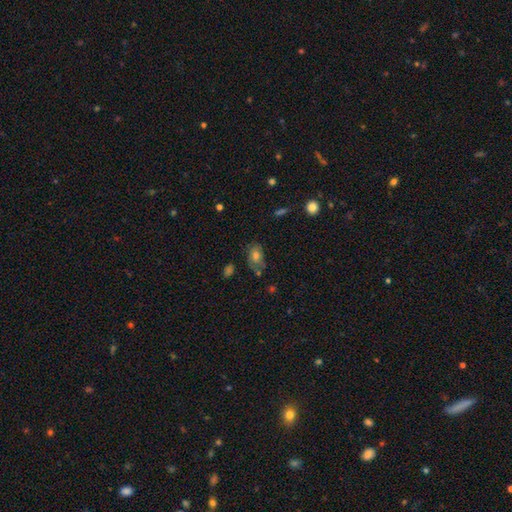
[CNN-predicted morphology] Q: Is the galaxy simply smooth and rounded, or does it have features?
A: smooth — 65%.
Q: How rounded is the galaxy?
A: in between — 79%.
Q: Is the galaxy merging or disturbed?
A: none — 59%.